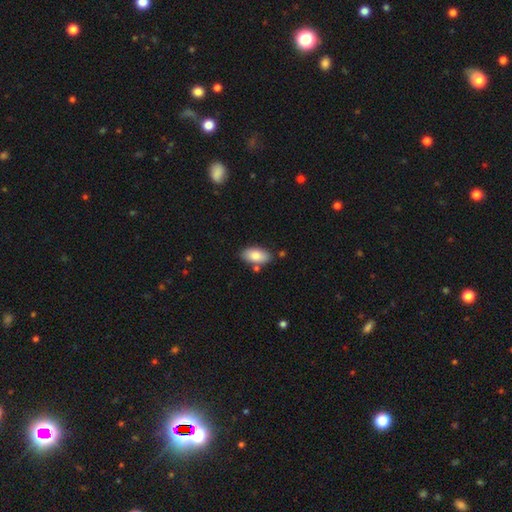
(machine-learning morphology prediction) Smooth or featured? smooth (83%)
How rounded? in between (94%)
Merging? none (79%)